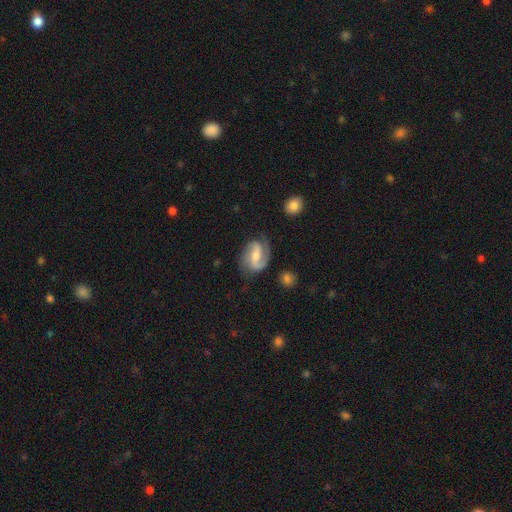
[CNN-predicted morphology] Q: Smooth or featured?
A: featured or disk (86%); runner-up: smooth (9%)
Q: Edge-on disk?
A: no (97%); runner-up: yes (3%)
Q: Bar?
A: weak (42%); runner-up: strong (37%)
Q: Spiral arms?
A: yes (97%); runner-up: no (3%)
Q: Spiral winding?
A: medium (49%); runner-up: loose (28%)
Q: Spiral arm count?
A: 2 (88%); runner-up: 1 (6%)
Q: Bulge size?
A: moderate (51%); runner-up: small (40%)
Q: Merging?
A: none (76%); runner-up: minor disturbance (16%)